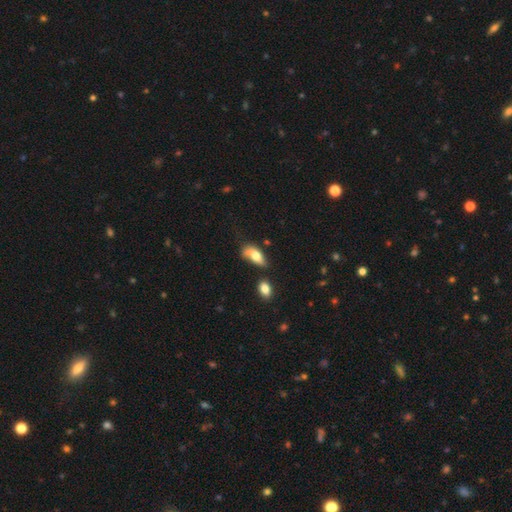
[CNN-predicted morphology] Smooth or featured? smooth (68%)
How rounded? in between (87%)
Merging? none (35%)